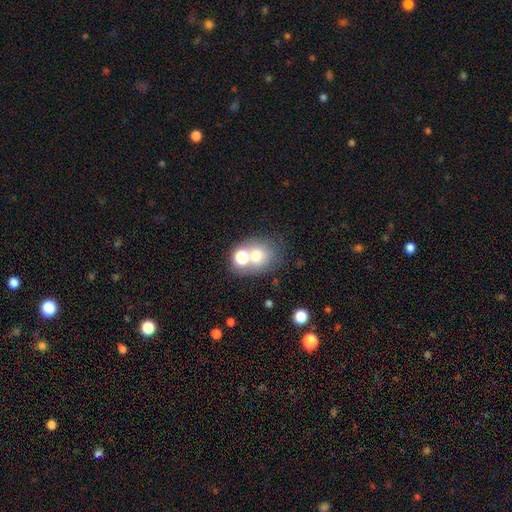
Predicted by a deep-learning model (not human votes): Smooth or featured?
  - smooth: 66% *
  - featured or disk: 19%
  - star or artifact: 15%
How rounded?
  - round: 68% *
  - in between: 31%
  - cigar-shaped: 1%
Merging?
  - none: 46% *
  - merger: 38%
  - minor disturbance: 10%
  - major disturbance: 6%